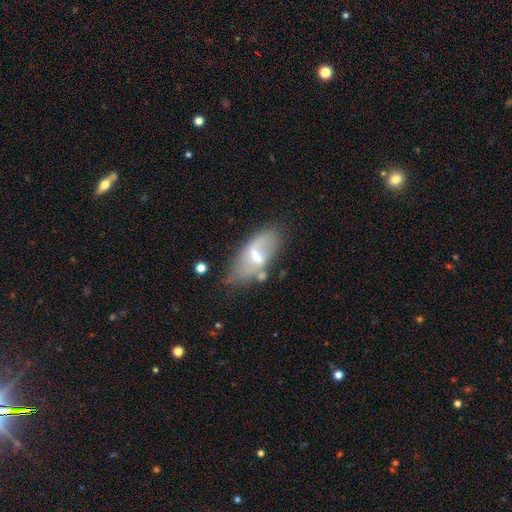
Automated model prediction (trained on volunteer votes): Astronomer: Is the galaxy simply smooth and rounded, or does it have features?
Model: featured or disk — 51% (runner-up: smooth, 41%).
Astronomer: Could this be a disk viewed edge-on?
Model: no — 88%.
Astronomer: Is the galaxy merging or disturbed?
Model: none — 48% (runner-up: minor disturbance, 28%).